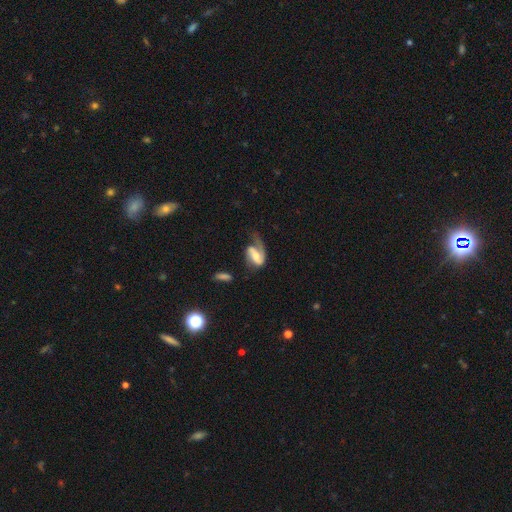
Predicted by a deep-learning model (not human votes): smooth_or_featured: featured or disk (p=0.76) [alt: smooth p=0.18]
disk_edge_on: no (p=0.97) [alt: yes p=0.03]
bar: weak (p=0.42) [alt: strong p=0.31]
has_spiral_arms: yes (p=0.92) [alt: no p=0.08]
spiral_winding: medium (p=0.41) [alt: loose p=0.39]
spiral_arm_count: 2 (p=0.54) [alt: 1 p=0.39]
bulge_size: moderate (p=0.45) [alt: small p=0.33]
merging: none (p=0.37) [alt: major disturbance p=0.34]